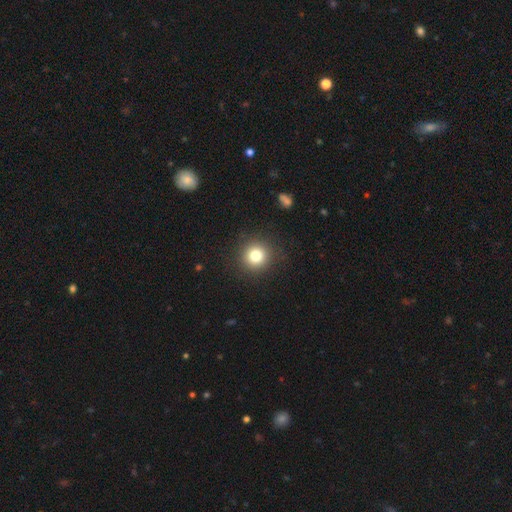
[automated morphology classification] smooth_or_featured: smooth (p=0.79) [alt: star or artifact p=0.12]
how_rounded: round (p=0.94) [alt: in between p=0.05]
merging: none (p=0.90) [alt: minor disturbance p=0.06]